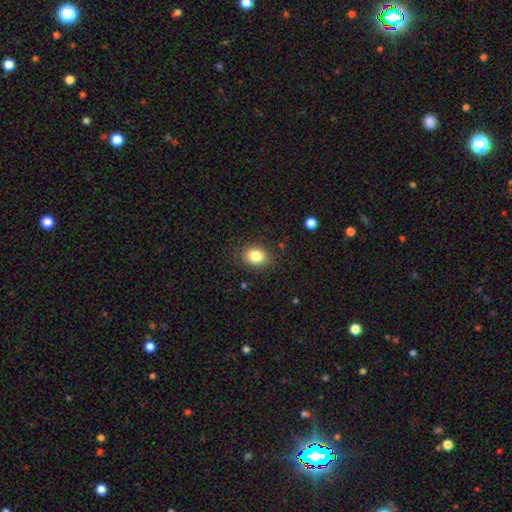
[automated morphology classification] A smooth galaxy with no disk features (83%) that is in between round and cigar-shaped (55%). Merging: none (85%).